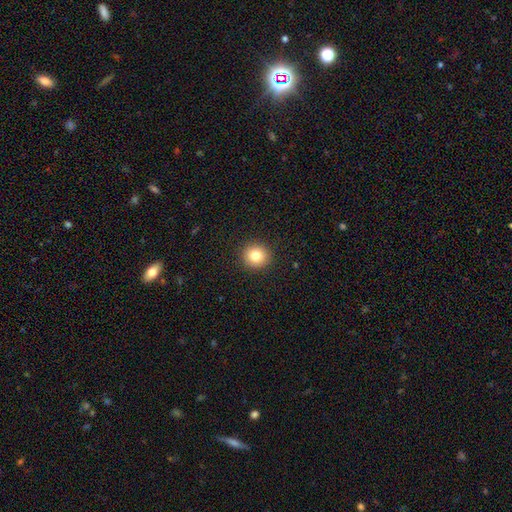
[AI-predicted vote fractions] Smooth or featured? Predicted: smooth (p=0.81). How rounded? Predicted: round (p=0.92). Merging? Predicted: none (p=0.92).